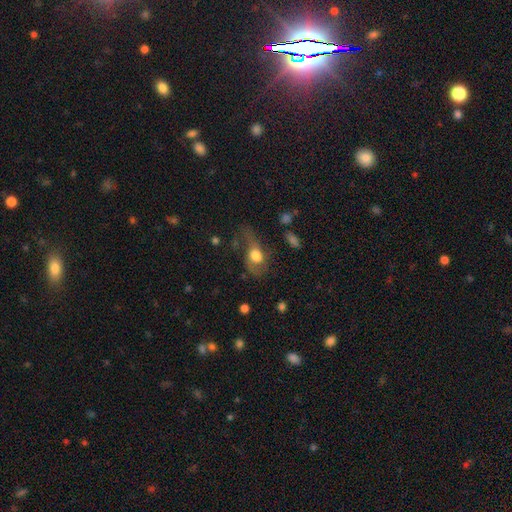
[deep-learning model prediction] A smooth galaxy with no disk features (54%) that is in between round and cigar-shaped (72%).

Vote fractions:
- Smooth or featured? smooth: 54% / featured or disk: 37% / star or artifact: 9%
- How rounded? in between: 72% / round: 24% / cigar-shaped: 3%
- Merging? major disturbance: 41% / none: 31% / minor disturbance: 24% / merger: 4%